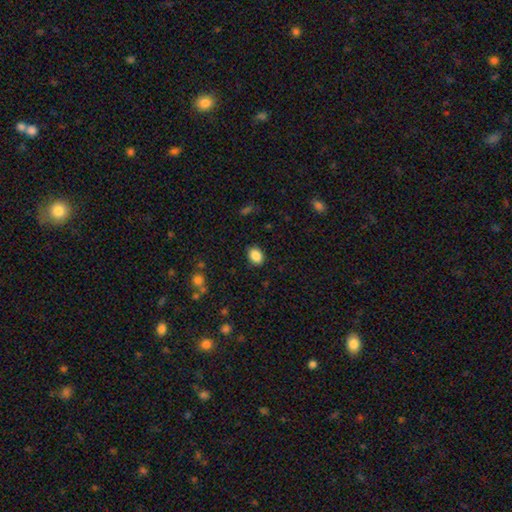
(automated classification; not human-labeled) Smooth or featured? Predicted: smooth (p=0.87). How rounded? Predicted: in between (p=0.70). Merging? Predicted: none (p=0.88).